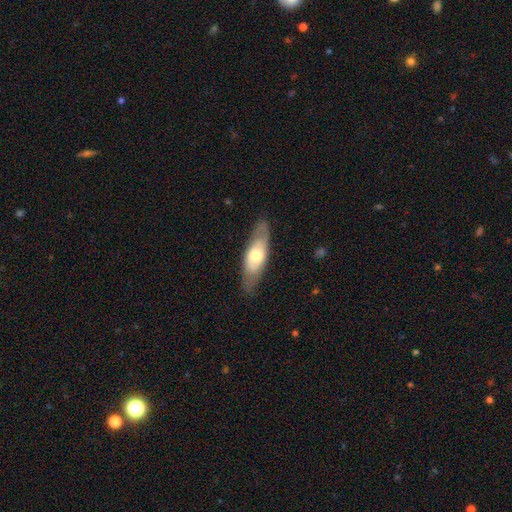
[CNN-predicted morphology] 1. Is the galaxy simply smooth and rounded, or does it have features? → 52% smooth, 43% featured or disk, 5% star or artifact.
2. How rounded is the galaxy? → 64% in between, 34% cigar-shaped, 2% round.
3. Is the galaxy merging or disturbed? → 80% none, 14% minor disturbance, 4% major disturbance, 1% merger.